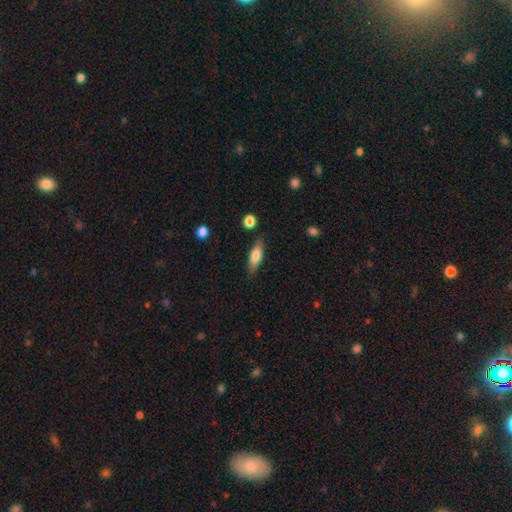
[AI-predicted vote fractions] smooth-or-featured: smooth: 70% | featured or disk: 24% | star or artifact: 6%
  how-rounded: in between: 55% | cigar-shaped: 42% | round: 3%
  merging: none: 83% | minor disturbance: 12% | major disturbance: 3% | merger: 2%